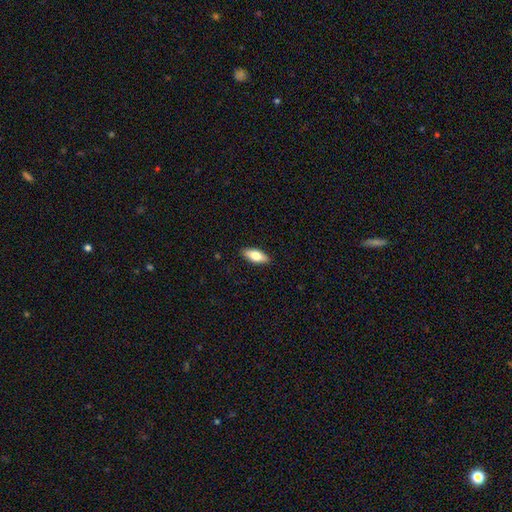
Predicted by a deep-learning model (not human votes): This is likely a smooth galaxy (71%). How rounded: likely in between (79%). Merging: clearly none (89%).